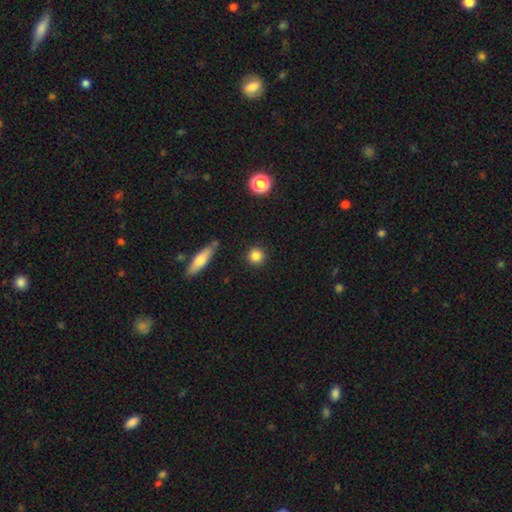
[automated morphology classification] Smooth or featured: smooth — 84% (star or artifact — 9%)
How rounded: round — 93% (in between — 6%)
Merging: none — 89% (minor disturbance — 7%)